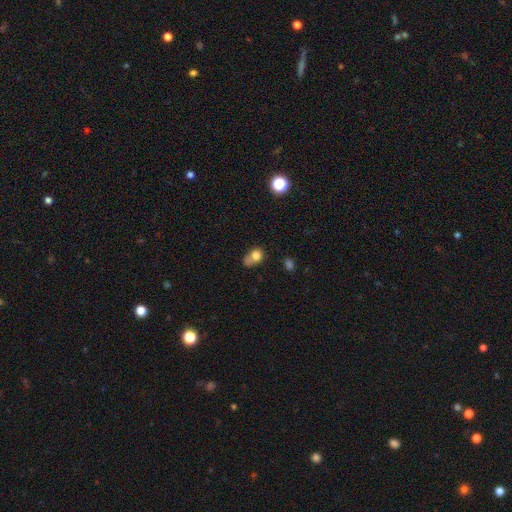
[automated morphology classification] smooth-or-featured: smooth: 75% | featured or disk: 13% | star or artifact: 12%
  how-rounded: round: 55% | in between: 44% | cigar-shaped: 2%
  merging: none: 33% | merger: 25% | minor disturbance: 24% | major disturbance: 18%